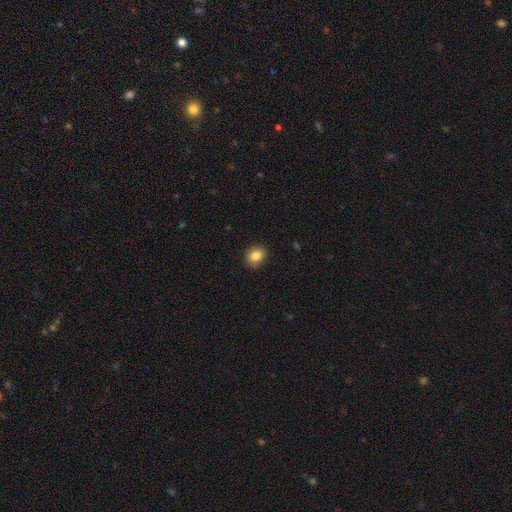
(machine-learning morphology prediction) Smooth or featured? smooth (85%)
How rounded? in between (50%)
Merging? none (87%)